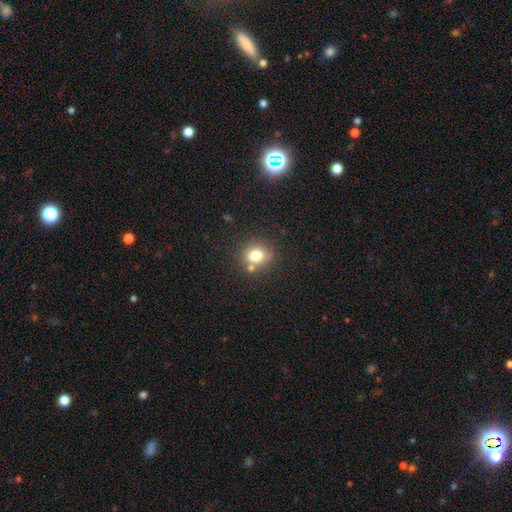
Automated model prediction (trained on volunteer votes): Morphology: type=smooth (75%); roundness=round (80%); merging=none (70%).